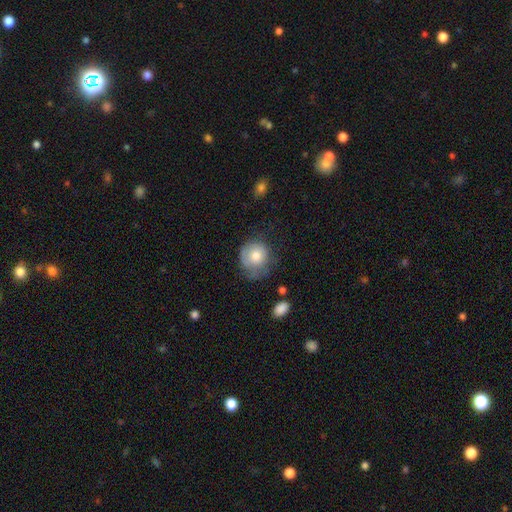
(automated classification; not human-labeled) Q: Smooth or featured?
A: smooth (69%); runner-up: featured or disk (24%)
Q: How rounded?
A: round (79%); runner-up: in between (20%)
Q: Merging?
A: none (45%); runner-up: minor disturbance (32%)